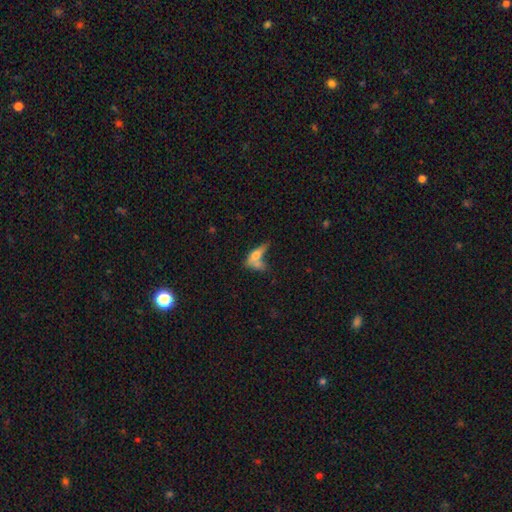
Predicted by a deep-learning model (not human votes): A smooth galaxy with no disk features (58%) that is in between round and cigar-shaped (49%). Merging: merger (40%).